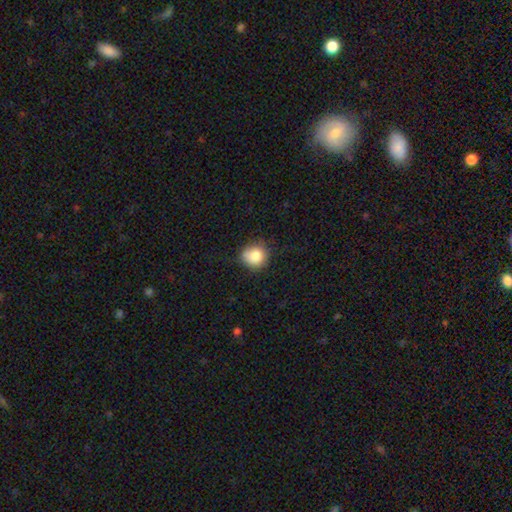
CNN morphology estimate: smooth 84%, star or artifact 9%, featured or disk 7%. Down the decision tree: how rounded — round (83%); merging — none (65%).